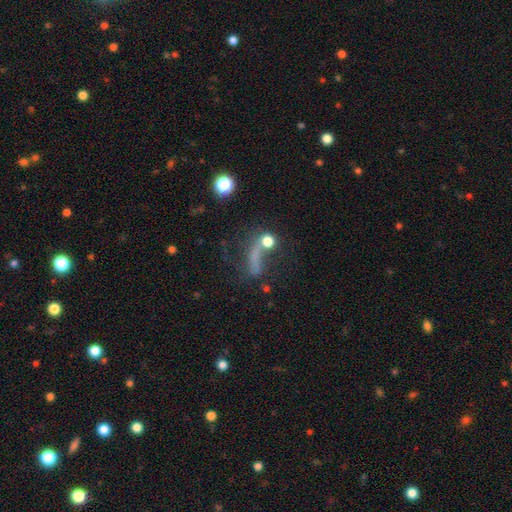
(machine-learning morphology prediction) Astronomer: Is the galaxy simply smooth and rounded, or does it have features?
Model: smooth — 42% (runner-up: featured or disk, 31%).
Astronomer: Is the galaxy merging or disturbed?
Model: none — 37% (runner-up: major disturbance, 31%).